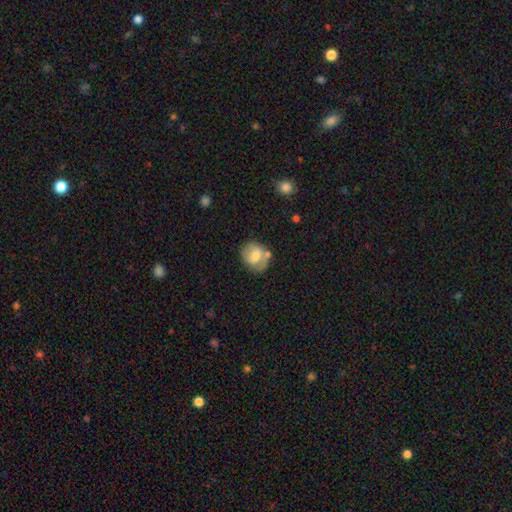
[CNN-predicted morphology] Q: Smooth or featured?
A: smooth (65%); runner-up: featured or disk (27%)
Q: How rounded?
A: round (59%); runner-up: in between (40%)
Q: Merging?
A: none (55%); runner-up: minor disturbance (22%)